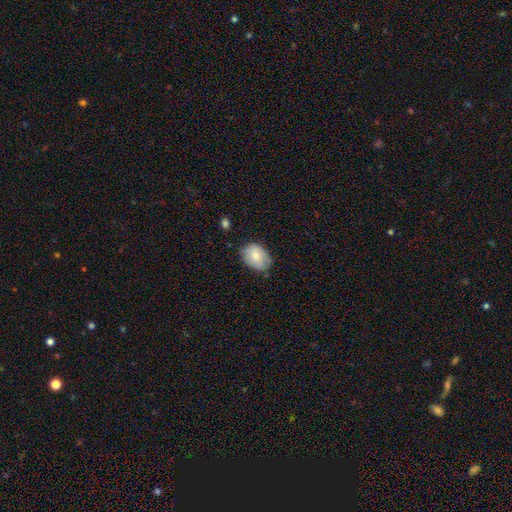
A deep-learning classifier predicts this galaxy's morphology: smooth 79%, featured or disk 14%, star or artifact 7%. Down the decision tree: how rounded — in between (75%); merging — none (68%).